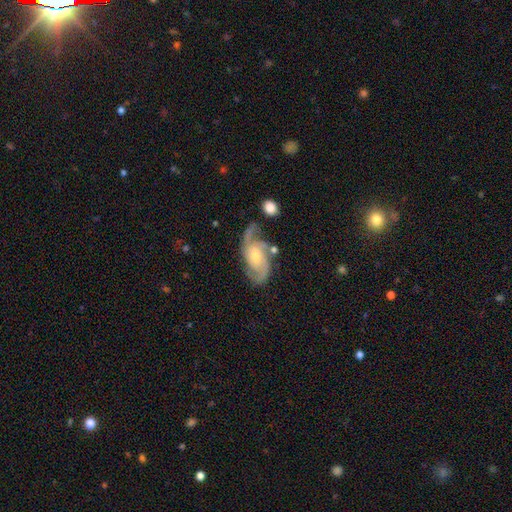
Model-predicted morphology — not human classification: The model was most divided on "bulge size": small: 45%, moderate: 44%, none: 5%, large: 5%, dominant: 1%. Remaining: spiral arms — yes (98%); edge-on disk — no (97%); smooth or featured — featured or disk (89%); spiral arm count — 2 (71%); merging — none (63%); spiral winding — medium (50%); bar — no (45%).